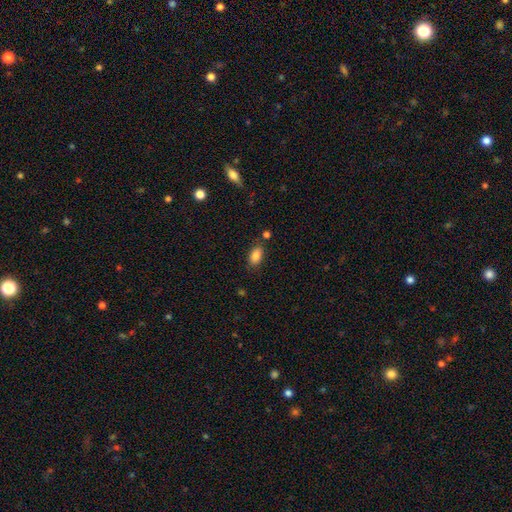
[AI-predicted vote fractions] This is clearly a smooth galaxy (86%). How rounded: clearly in between (90%). Merging: likely none (77%).